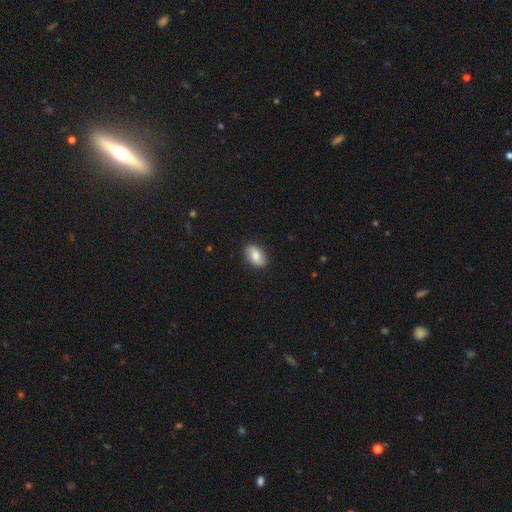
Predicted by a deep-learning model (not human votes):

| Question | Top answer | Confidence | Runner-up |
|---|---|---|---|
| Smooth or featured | smooth | 76% | featured or disk (17%) |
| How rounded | in between | 90% | round (8%) |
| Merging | none | 86% | minor disturbance (11%) |